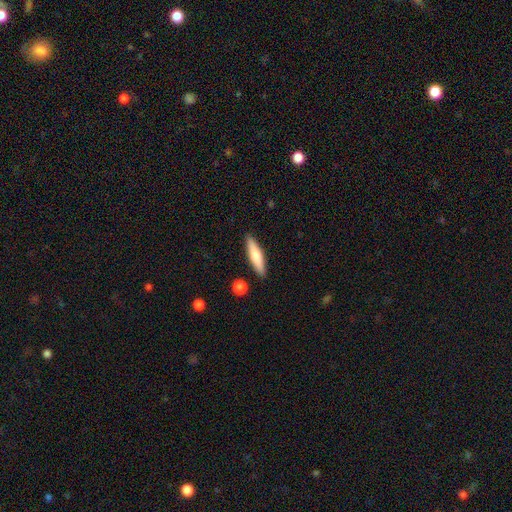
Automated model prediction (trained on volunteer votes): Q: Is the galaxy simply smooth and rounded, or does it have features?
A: smooth — 70%.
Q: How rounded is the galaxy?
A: cigar-shaped — 77%.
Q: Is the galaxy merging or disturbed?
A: none — 88%.